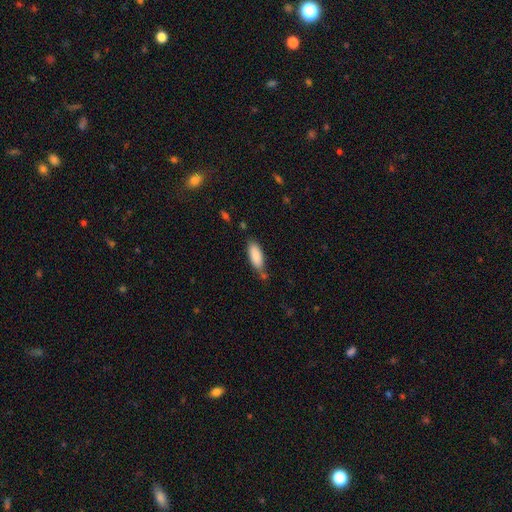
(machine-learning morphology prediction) Smooth or featured? smooth (87%)
How rounded? in between (74%)
Merging? none (63%)